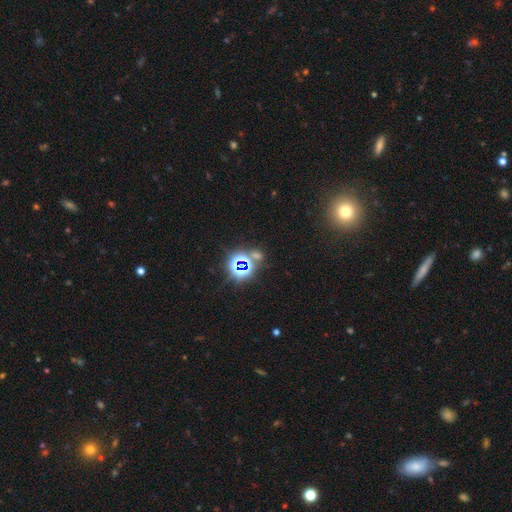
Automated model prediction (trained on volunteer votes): The model was most divided on "smooth or featured": star or artifact: 70%, smooth: 22%, featured or disk: 8%.